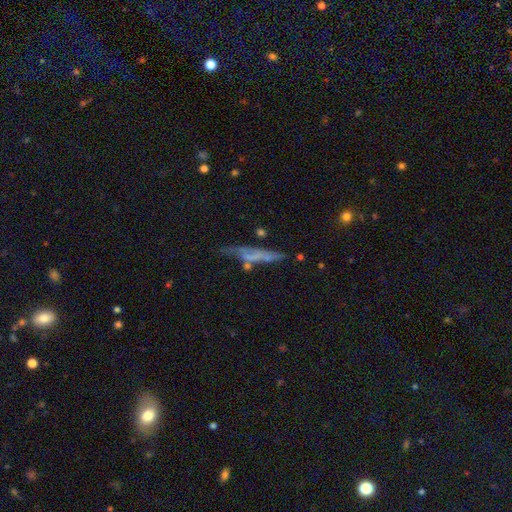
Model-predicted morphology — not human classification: Smooth or featured: featured or disk — 52% (smooth — 37%)
Edge-on disk: yes — 73% (no — 27%)
Merging: none — 51% (minor disturbance — 23%)